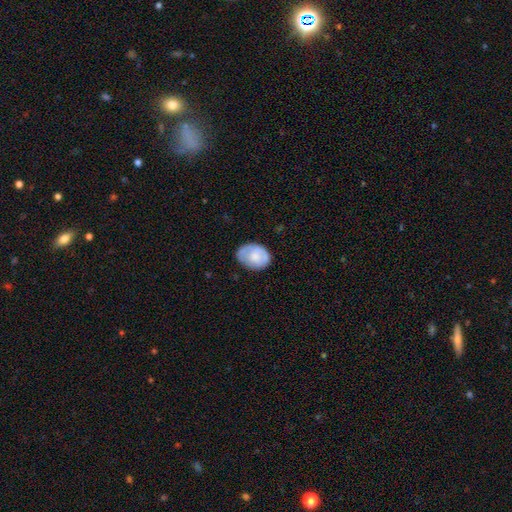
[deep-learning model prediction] A smooth galaxy with no disk features (67%) that is in between round and cigar-shaped (72%).

Vote fractions:
- Smooth or featured? smooth: 67% / featured or disk: 27% / star or artifact: 6%
- How rounded? in between: 72% / round: 27% / cigar-shaped: 1%
- Merging? none: 66% / minor disturbance: 25% / major disturbance: 7% / merger: 1%